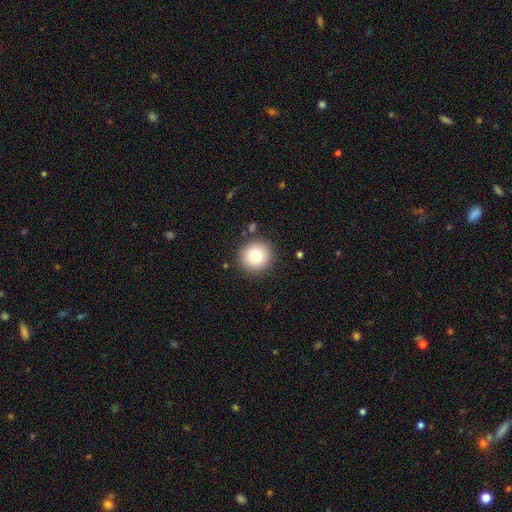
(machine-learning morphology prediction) Smooth or featured? smooth (79%)
How rounded? round (94%)
Merging? none (88%)